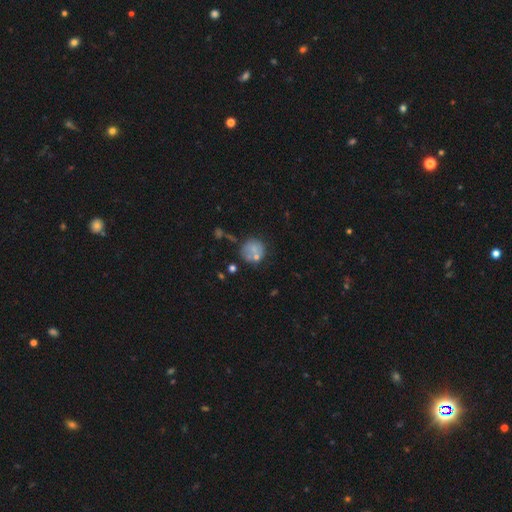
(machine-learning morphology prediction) smooth-or-featured: smooth: 52% | featured or disk: 29% | star or artifact: 19%
  how-rounded: round: 84% | in between: 14% | cigar-shaped: 1%
  merging: none: 56% | minor disturbance: 20% | merger: 14% | major disturbance: 11%